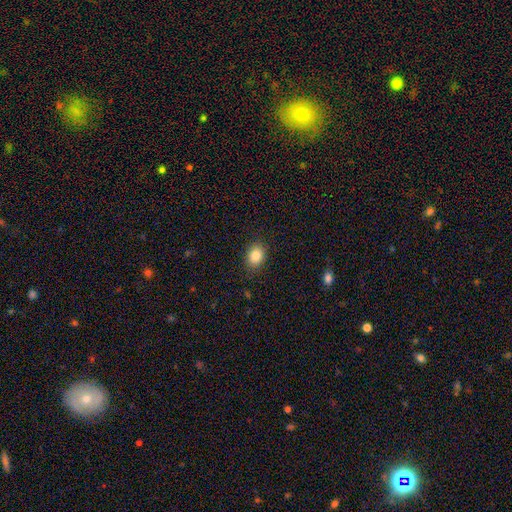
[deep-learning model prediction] Smooth or featured? Predicted: smooth (p=0.85). How rounded? Predicted: in between (p=0.62). Merging? Predicted: none (p=0.88).